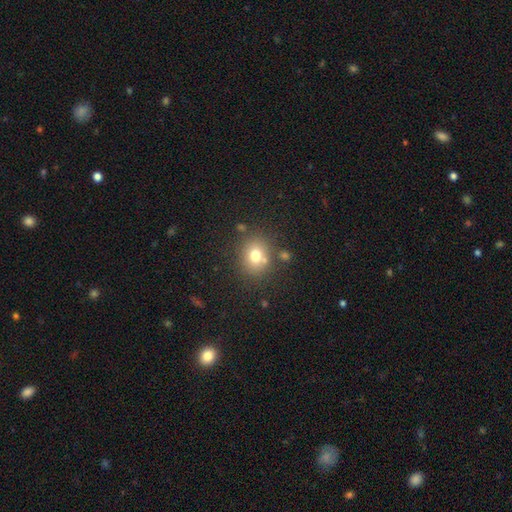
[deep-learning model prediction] The model was most divided on "how rounded": round: 67%, in between: 33%, cigar-shaped: 1%. More confident: smooth or featured — smooth (74%); merging — none (73%).